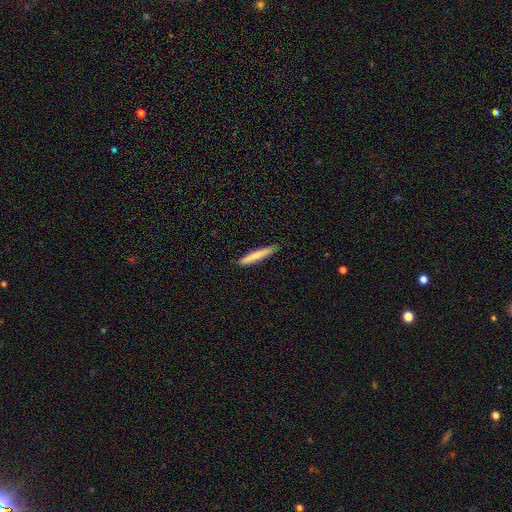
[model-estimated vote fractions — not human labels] Smooth or featured? Predicted: smooth (p=0.78). How rounded? Predicted: cigar-shaped (p=0.95). Merging? Predicted: none (p=0.88).